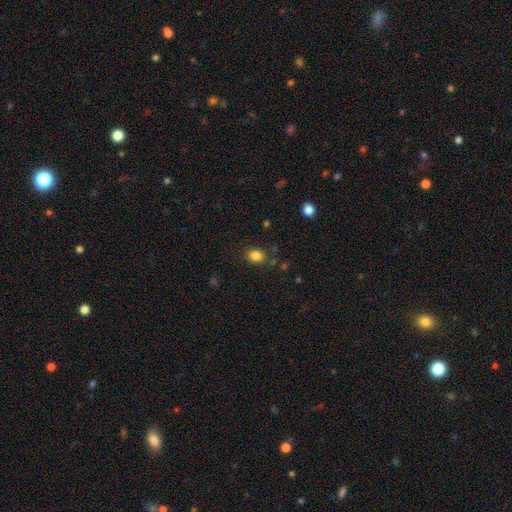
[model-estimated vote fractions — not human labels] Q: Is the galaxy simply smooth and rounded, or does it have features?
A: smooth — 84%.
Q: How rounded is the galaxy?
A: in between — 51%.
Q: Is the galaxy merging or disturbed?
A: none — 83%.